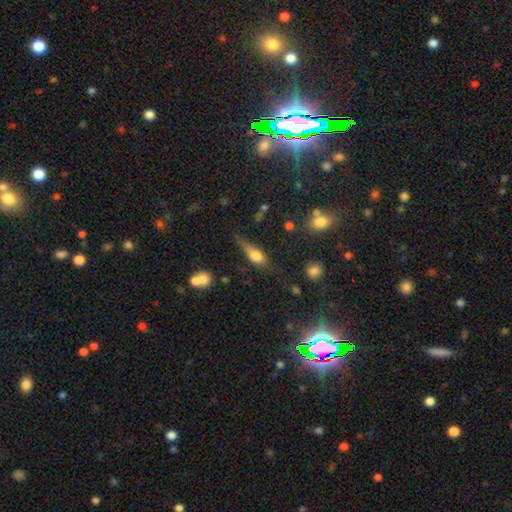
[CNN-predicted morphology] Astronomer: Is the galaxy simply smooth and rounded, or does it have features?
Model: smooth — 59%.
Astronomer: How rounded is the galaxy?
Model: in between — 61%.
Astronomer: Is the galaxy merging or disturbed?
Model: none — 43% (runner-up: minor disturbance, 33%).